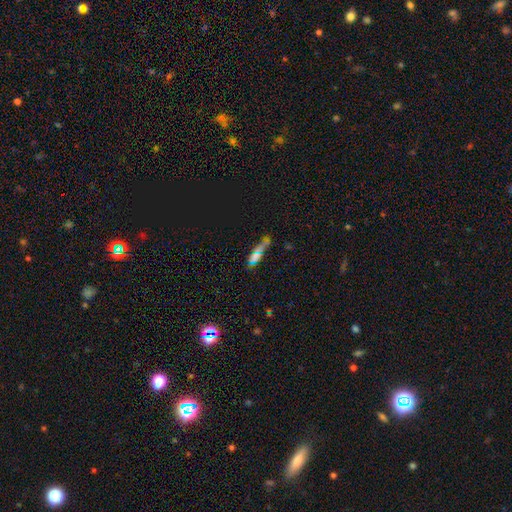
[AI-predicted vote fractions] A smooth galaxy with no disk features (46%).

Vote fractions:
- Smooth or featured? smooth: 46% / star or artifact: 35% / featured or disk: 19%
- Merging? none: 56% / minor disturbance: 19% / major disturbance: 12% / merger: 12%